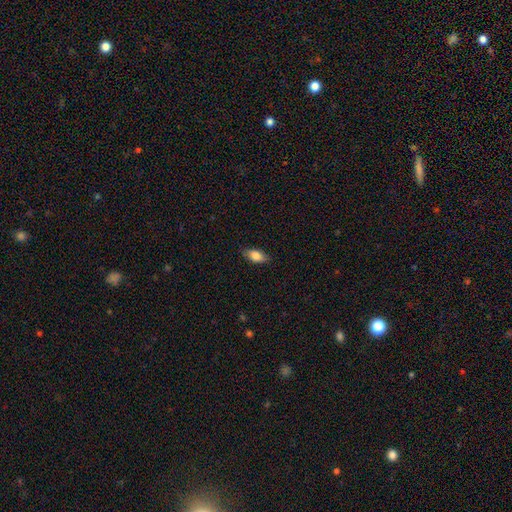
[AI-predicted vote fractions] This is clearly a smooth galaxy (82%). How rounded: clearly in between (86%). Merging: clearly none (81%).